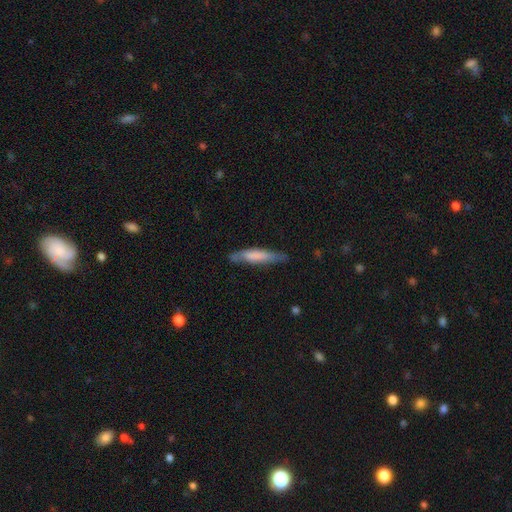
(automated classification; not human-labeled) Smooth or featured? smooth (63%)
How rounded? cigar-shaped (88%)
Merging? none (73%)